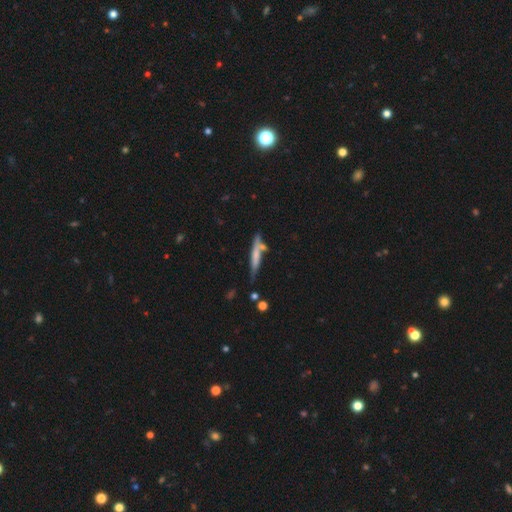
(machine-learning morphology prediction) Smooth or featured? Predicted: smooth (p=0.59). How rounded? Predicted: cigar-shaped (p=0.90). Merging? Predicted: none (p=0.56).